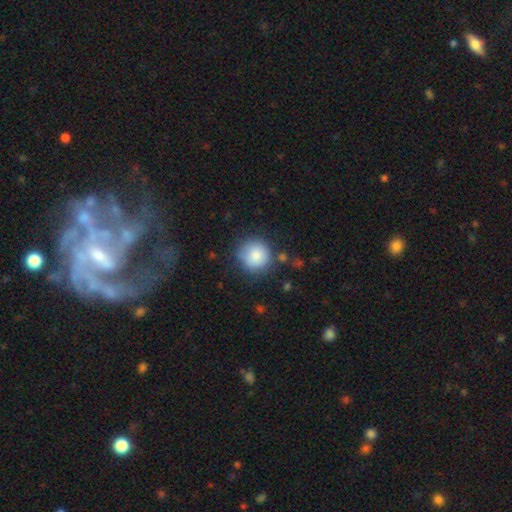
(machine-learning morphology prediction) Smooth or featured: smooth — 85% (star or artifact — 8%)
How rounded: round — 93% (in between — 6%)
Merging: none — 78% (minor disturbance — 15%)